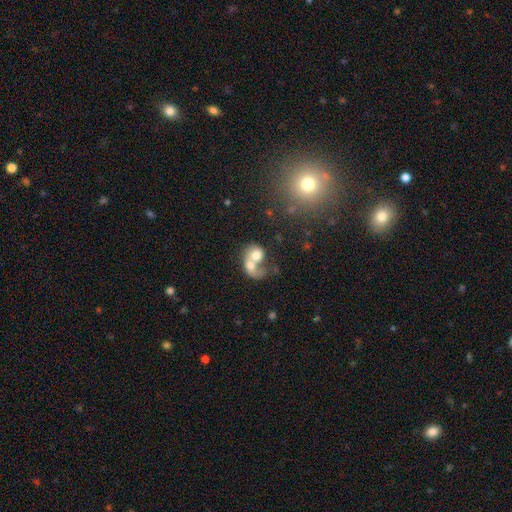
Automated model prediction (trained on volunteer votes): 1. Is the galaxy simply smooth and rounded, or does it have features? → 55% smooth, 36% featured or disk, 9% star or artifact.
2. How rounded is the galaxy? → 52% round, 47% in between, 1% cigar-shaped.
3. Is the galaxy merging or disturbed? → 77% merger, 10% none, 9% major disturbance, 4% minor disturbance.